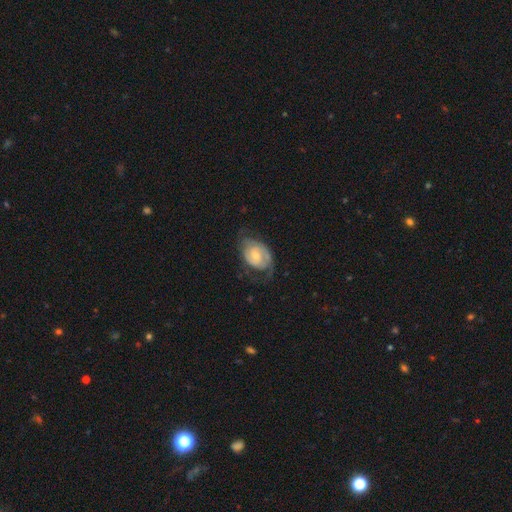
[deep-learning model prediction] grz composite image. It shows a featured or disk galaxy (67%) with no bar (62%), 2 (62%) tight (40%) spiral arms (85%) and a moderate central bulge (45%). Merging: none (53%).